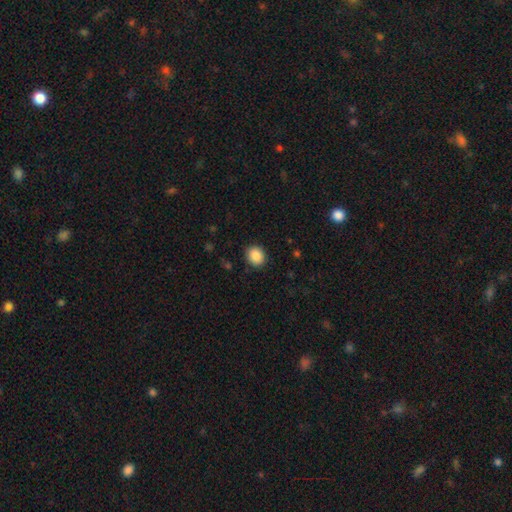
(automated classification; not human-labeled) The model was most divided on "how rounded": round: 69%, in between: 30%, cigar-shaped: 1%. More confident: merging — none (89%); smooth or featured — smooth (88%).